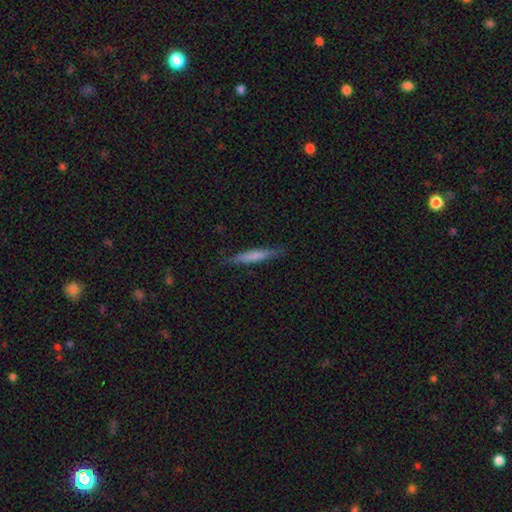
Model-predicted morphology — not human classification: A smooth galaxy with no disk features (54%) that is cigar-shaped (94%). Merging: none (86%).